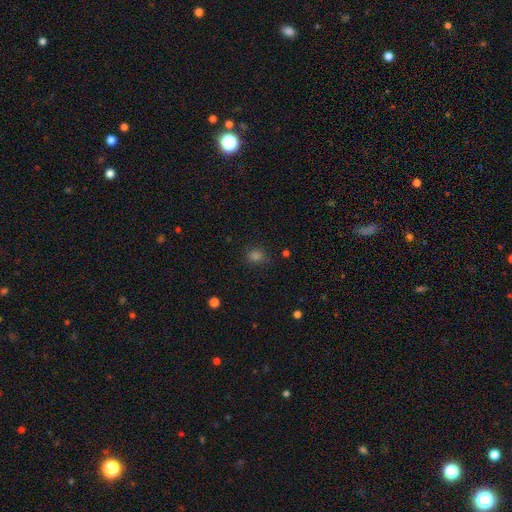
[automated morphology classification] smooth-or-featured: smooth: 74% | star or artifact: 22% | featured or disk: 4%
  how-rounded: round: 67% | in between: 32% | cigar-shaped: 1%
  merging: none: 84% | minor disturbance: 11% | major disturbance: 3% | merger: 2%